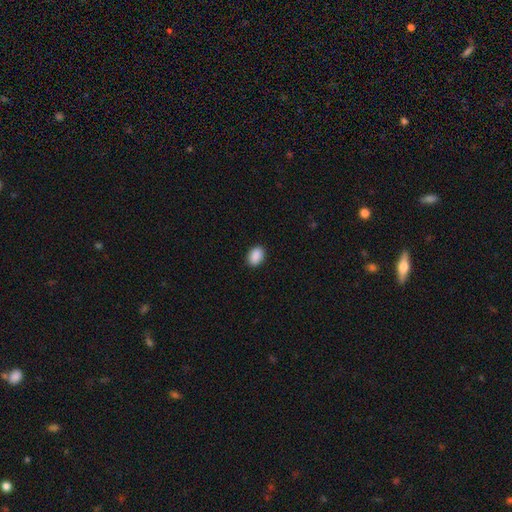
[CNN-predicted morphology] smooth 91%, star or artifact 7%, featured or disk 2%. Down the decision tree: how rounded — in between (81%); merging — none (90%).